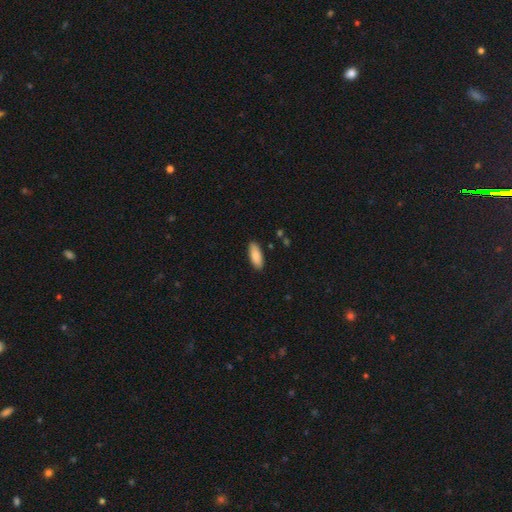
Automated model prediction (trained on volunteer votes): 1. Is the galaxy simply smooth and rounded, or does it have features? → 88% smooth, 7% featured or disk, 6% star or artifact.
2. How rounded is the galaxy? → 78% in between, 20% cigar-shaped, 2% round.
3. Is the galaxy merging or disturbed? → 88% none, 9% minor disturbance, 2% major disturbance, 1% merger.